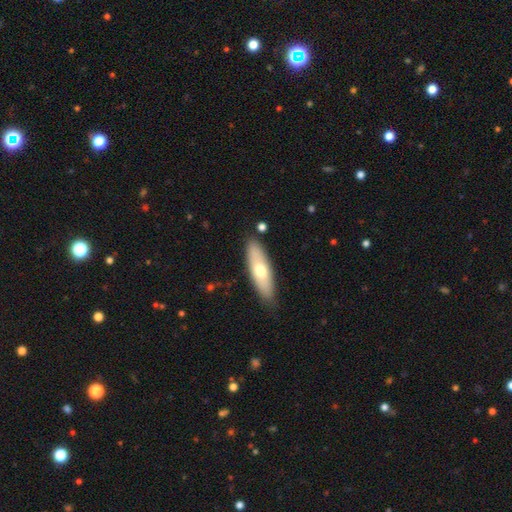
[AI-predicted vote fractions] Q: Smooth or featured?
A: smooth (49%); runner-up: featured or disk (41%)
Q: Merging?
A: none (84%); runner-up: minor disturbance (12%)